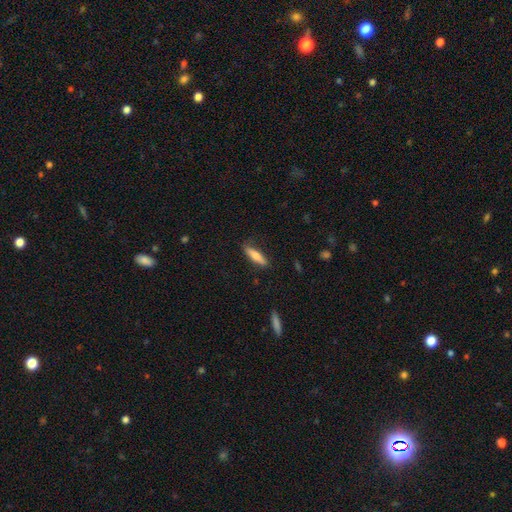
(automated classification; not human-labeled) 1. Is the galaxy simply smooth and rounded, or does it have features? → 68% smooth, 26% featured or disk, 6% star or artifact.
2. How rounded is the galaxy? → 73% cigar-shaped, 25% in between, 2% round.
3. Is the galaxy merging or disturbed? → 82% none, 14% minor disturbance, 3% major disturbance, 1% merger.